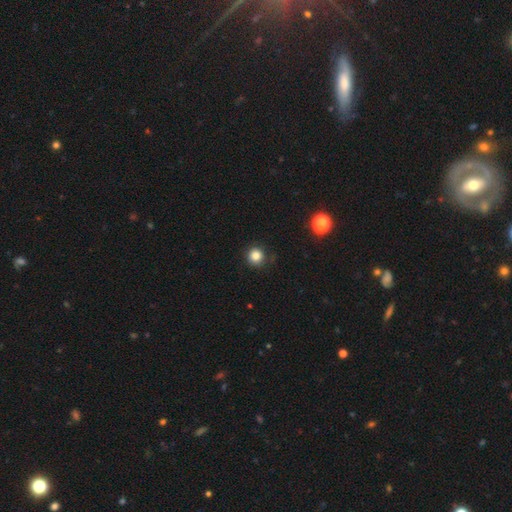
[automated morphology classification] This is clearly a smooth galaxy (83%). How rounded: clearly round (94%). Merging: clearly none (86%).